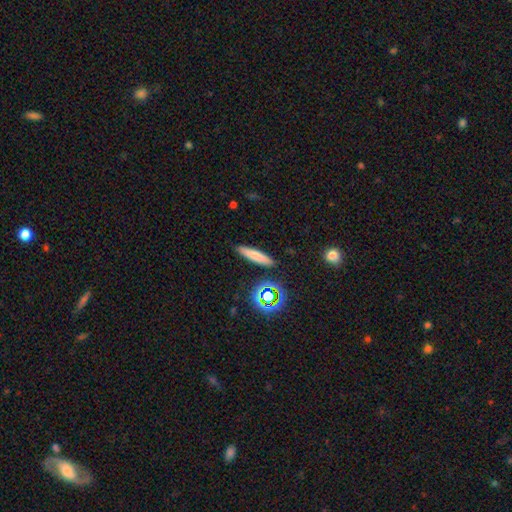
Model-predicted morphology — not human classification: type=smooth (74%); roundness=cigar-shaped (83%); merging=none (89%).